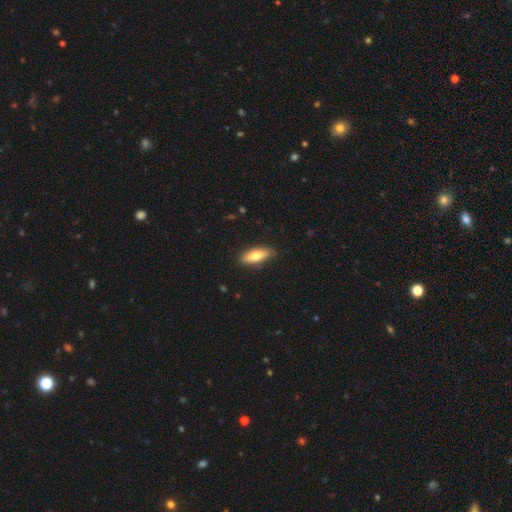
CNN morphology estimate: Smooth or featured?
  - smooth: 66% *
  - featured or disk: 28%
  - star or artifact: 6%
How rounded?
  - in between: 53% *
  - cigar-shaped: 44%
  - round: 2%
Merging?
  - none: 86% *
  - minor disturbance: 10%
  - major disturbance: 2%
  - merger: 1%